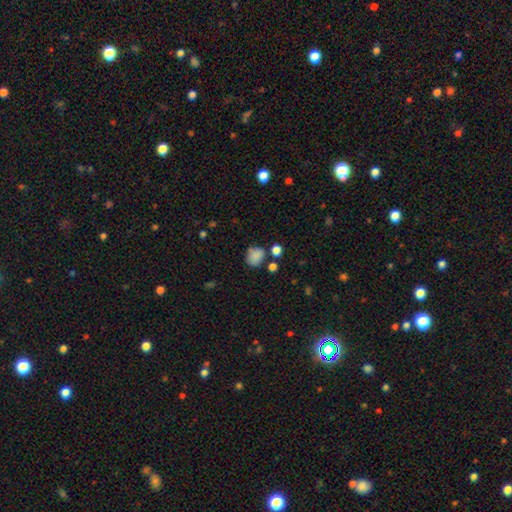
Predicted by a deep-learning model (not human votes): A smooth galaxy with no disk features (83%) that is round (66%). Merging: none (65%).